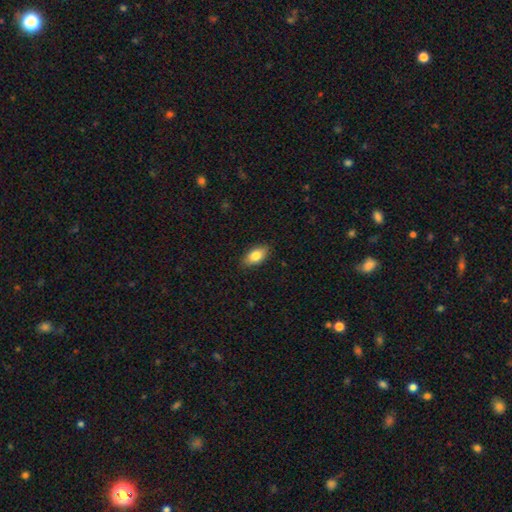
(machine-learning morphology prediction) type=smooth (82%); roundness=in between (90%); merging=none (86%).